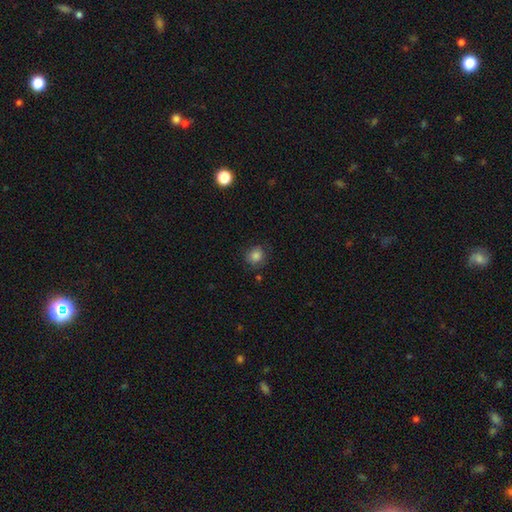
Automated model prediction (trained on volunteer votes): The model was most divided on "how rounded": round: 76%, in between: 23%, cigar-shaped: 1%. More confident: smooth or featured — smooth (83%); merging — none (77%).